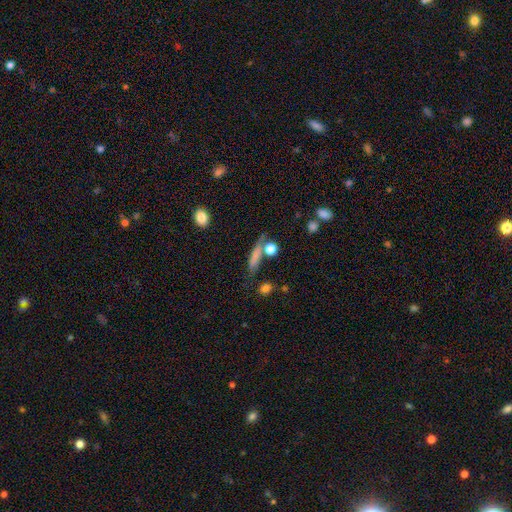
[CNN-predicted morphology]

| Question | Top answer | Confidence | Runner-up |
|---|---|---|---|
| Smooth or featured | smooth | 70% | featured or disk (21%) |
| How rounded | cigar-shaped | 73% | in between (15%) |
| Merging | none | 62% | minor disturbance (16%) |